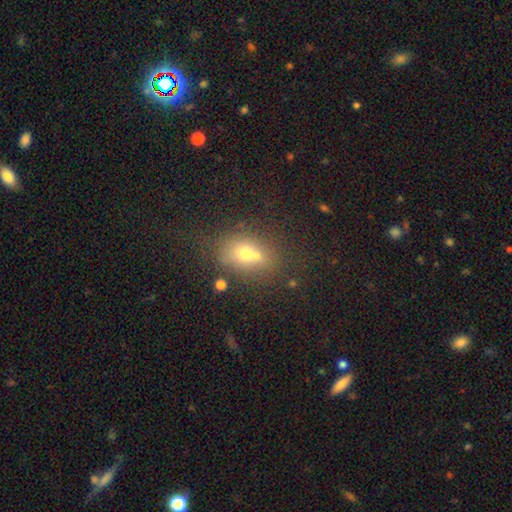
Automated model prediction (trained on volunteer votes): A smooth galaxy with no disk features (62%) that is round (50%).

Vote fractions:
- Smooth or featured? smooth: 62% / featured or disk: 21% / star or artifact: 17%
- How rounded? round: 50% / in between: 49% / cigar-shaped: 2%
- Merging? none: 42% / merger: 40% / minor disturbance: 12% / major disturbance: 6%